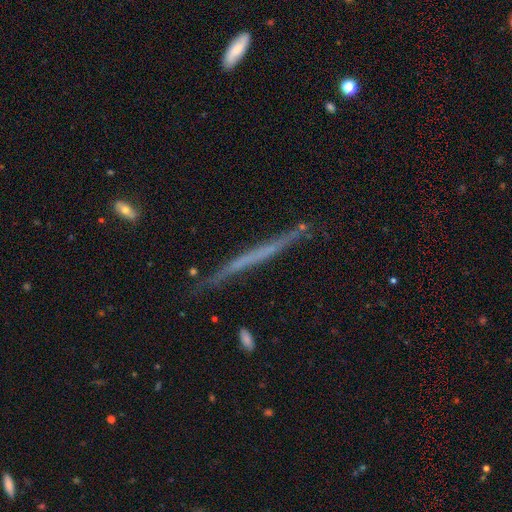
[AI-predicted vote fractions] smooth_or_featured: featured or disk (p=0.57) [alt: smooth p=0.36]
disk_edge_on: yes (p=0.97) [alt: no p=0.03]
edge_on_bulge: none (p=0.91) [alt: rounded p=0.06]
merging: none (p=0.85) [alt: minor disturbance p=0.11]